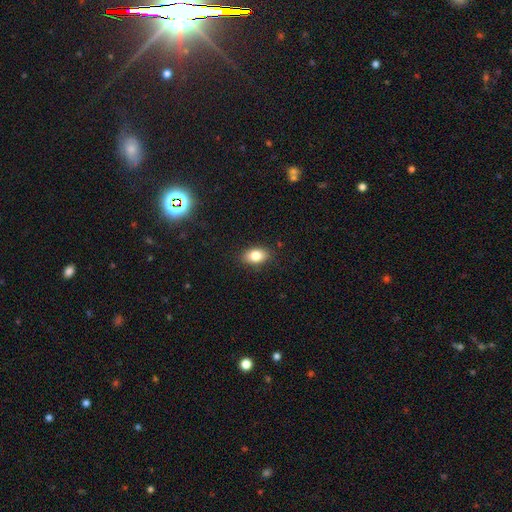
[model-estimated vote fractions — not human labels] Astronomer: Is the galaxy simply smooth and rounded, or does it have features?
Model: smooth — 82%.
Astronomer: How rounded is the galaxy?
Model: in between — 86%.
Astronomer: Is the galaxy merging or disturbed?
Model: none — 86%.